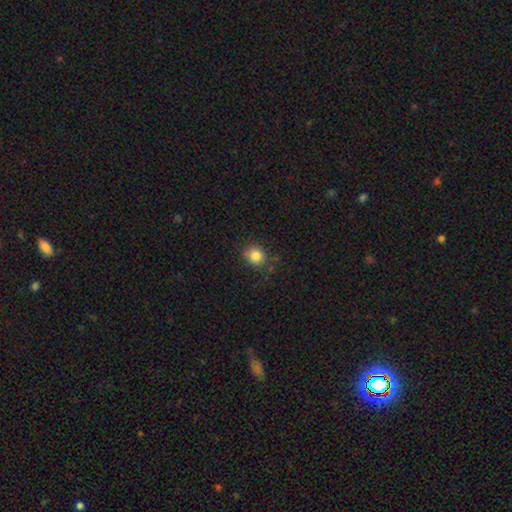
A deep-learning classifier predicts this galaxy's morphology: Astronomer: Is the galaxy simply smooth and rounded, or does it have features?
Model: smooth — 83%.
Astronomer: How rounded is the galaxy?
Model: round — 80%.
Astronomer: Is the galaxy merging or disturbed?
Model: none — 78%.